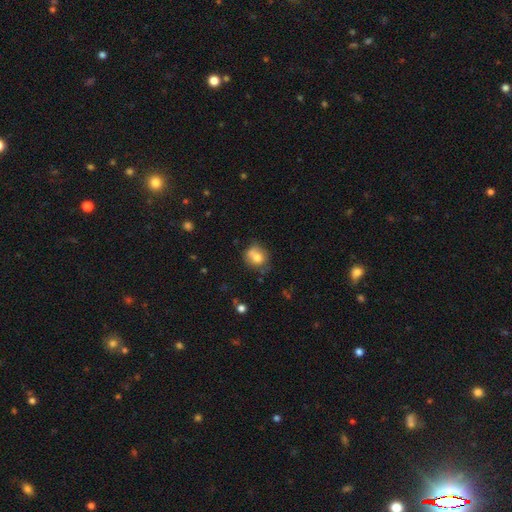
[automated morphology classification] Overall: smooth (73%). How rounded: round (76%). Merging: none (51%; merger 21%).